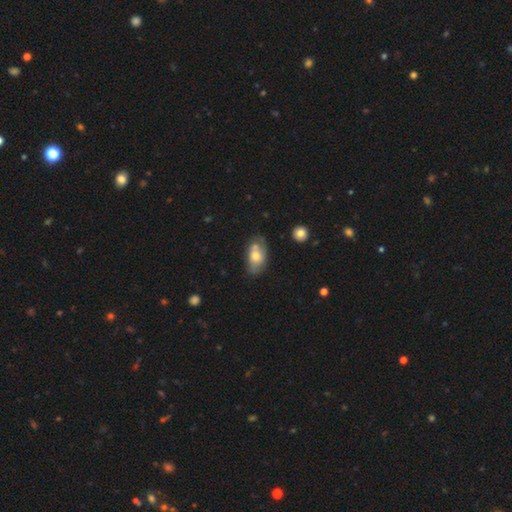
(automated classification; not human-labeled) Smooth or featured? smooth (62%)
How rounded? in between (90%)
Merging? none (54%)